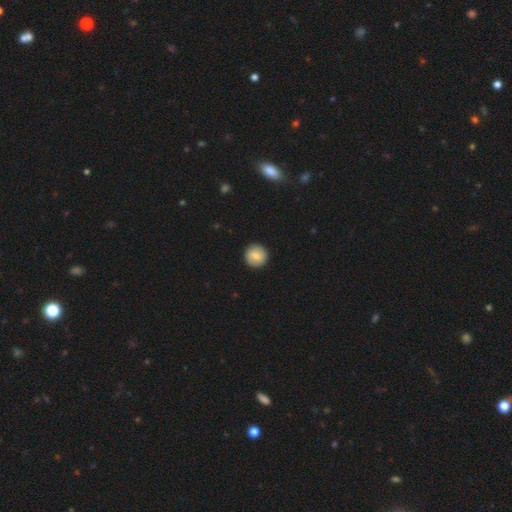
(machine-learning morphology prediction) Q: Smooth or featured?
A: smooth (81%); runner-up: featured or disk (12%)
Q: How rounded?
A: round (94%); runner-up: in between (5%)
Q: Merging?
A: none (92%); runner-up: minor disturbance (5%)